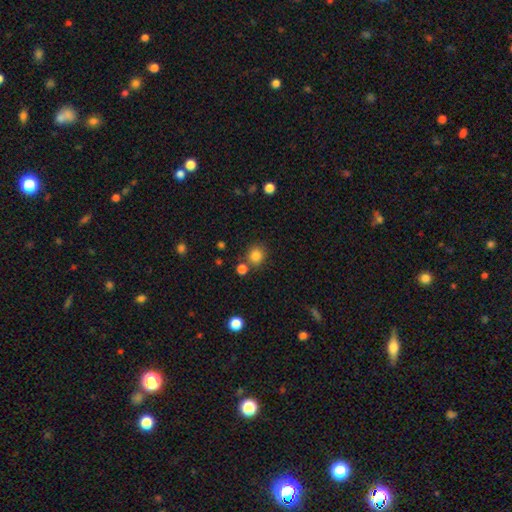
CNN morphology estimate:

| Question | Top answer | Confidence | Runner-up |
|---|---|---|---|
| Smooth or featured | smooth | 83% | star or artifact (12%) |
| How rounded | round | 84% | in between (15%) |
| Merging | none | 75% | merger (12%) |